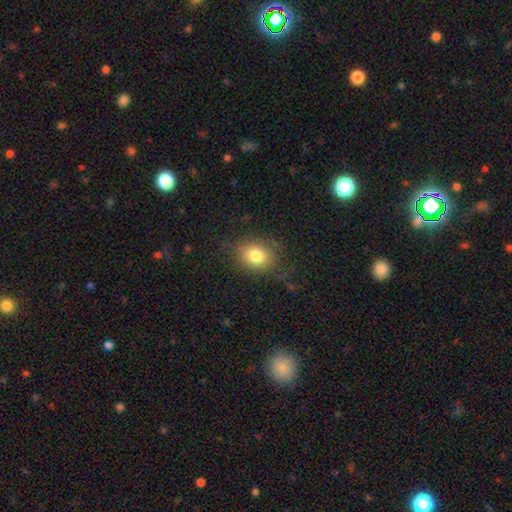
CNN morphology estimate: smooth 78%, featured or disk 12%, star or artifact 10%. Down the decision tree: how rounded — in between (52%); merging — none (75%).